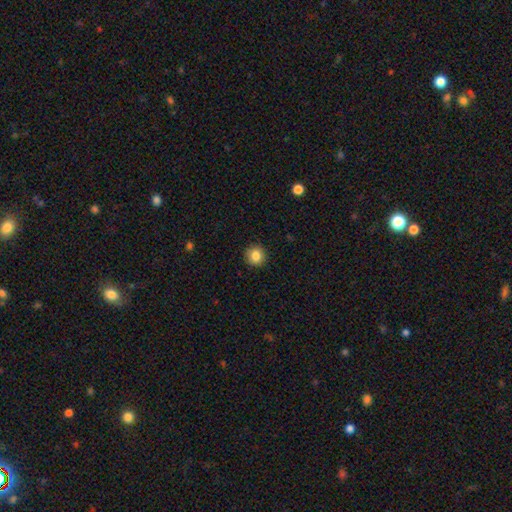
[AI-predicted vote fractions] smooth 85%, star or artifact 10%, featured or disk 6%. Down the decision tree: how rounded — round (94%); merging — none (91%).